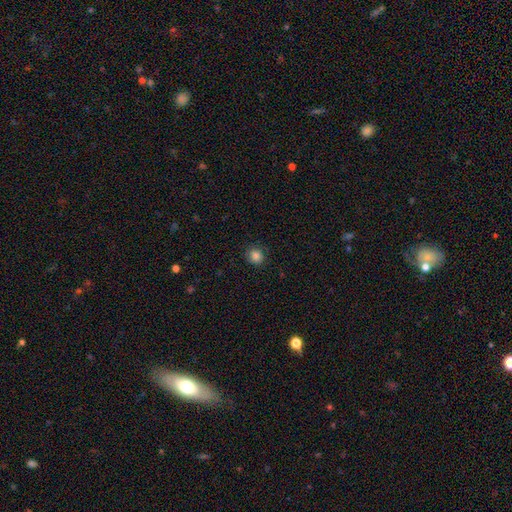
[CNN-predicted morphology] Smooth or featured? smooth (85%)
How rounded? round (88%)
Merging? none (86%)